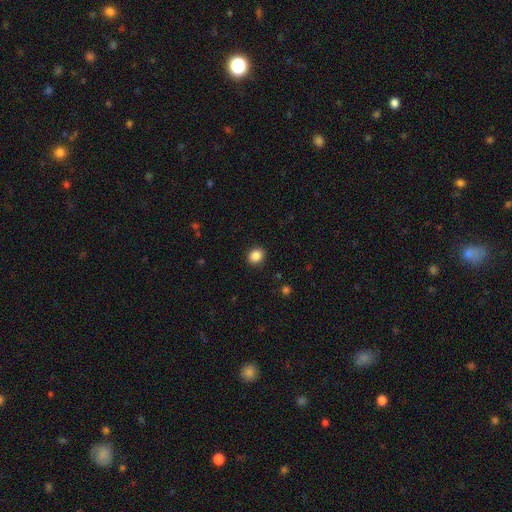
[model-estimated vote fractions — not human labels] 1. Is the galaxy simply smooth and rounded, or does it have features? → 87% smooth, 10% star or artifact, 3% featured or disk.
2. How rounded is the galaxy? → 71% round, 28% in between, 1% cigar-shaped.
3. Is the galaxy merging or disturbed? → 91% none, 6% minor disturbance, 2% major disturbance, 1% merger.